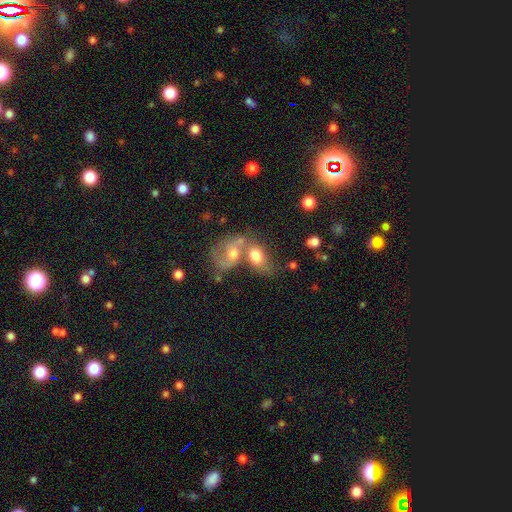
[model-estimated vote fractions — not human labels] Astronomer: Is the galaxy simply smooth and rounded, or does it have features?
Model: smooth — 60%.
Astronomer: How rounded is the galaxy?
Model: in between — 74%.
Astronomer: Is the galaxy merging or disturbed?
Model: merger — 60%.